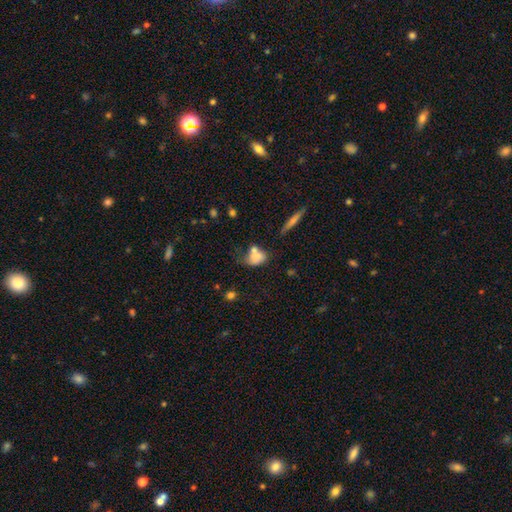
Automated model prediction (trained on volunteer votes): smooth 72%, featured or disk 17%, star or artifact 10%. Down the decision tree: how rounded — in between (71%); merging — none (32%).